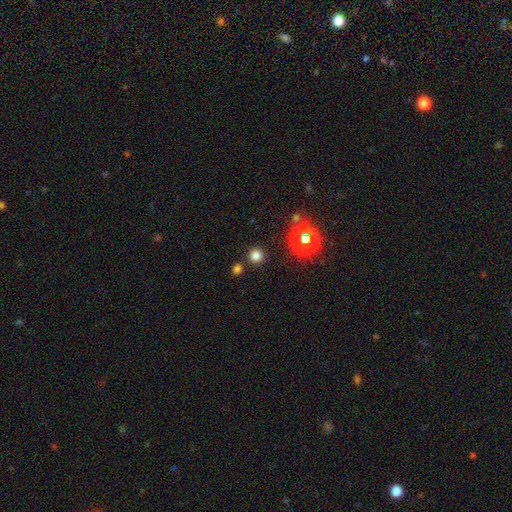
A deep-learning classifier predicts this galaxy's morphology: Smooth or featured? smooth (75%)
How rounded? round (94%)
Merging? none (87%)